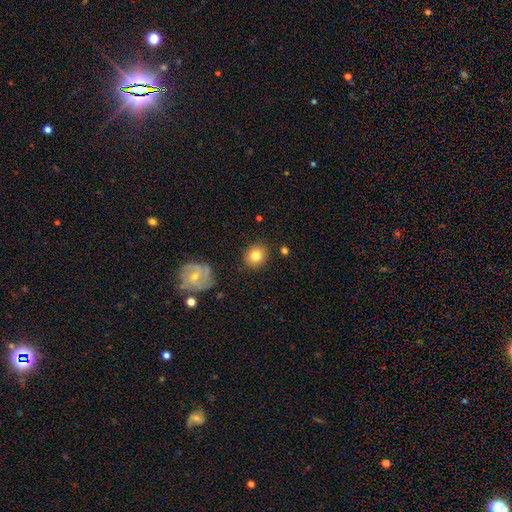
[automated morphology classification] The model was most divided on "how rounded": round: 80%, in between: 19%, cigar-shaped: 1%. More confident: merging — none (86%); smooth or featured — smooth (80%).